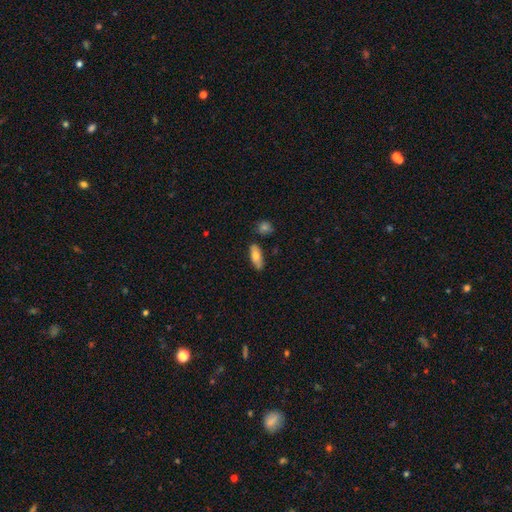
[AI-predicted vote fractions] The model was most divided on "smooth or featured": smooth: 71%, featured or disk: 22%, star or artifact: 6%. More confident: merging — none (81%); how rounded — in between (76%).